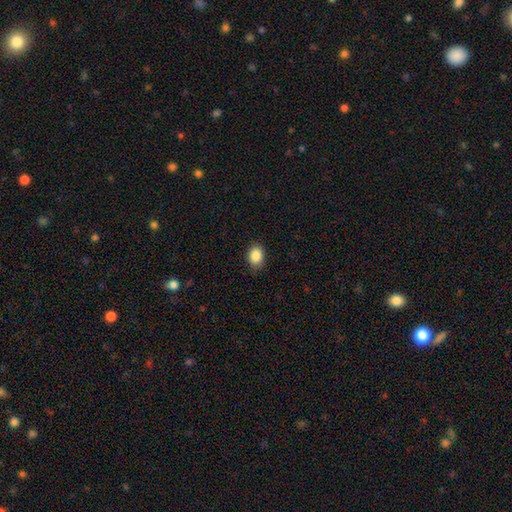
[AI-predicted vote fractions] Smooth or featured: smooth — 87% (star or artifact — 9%)
How rounded: in between — 68% (round — 30%)
Merging: none — 85% (minor disturbance — 12%)